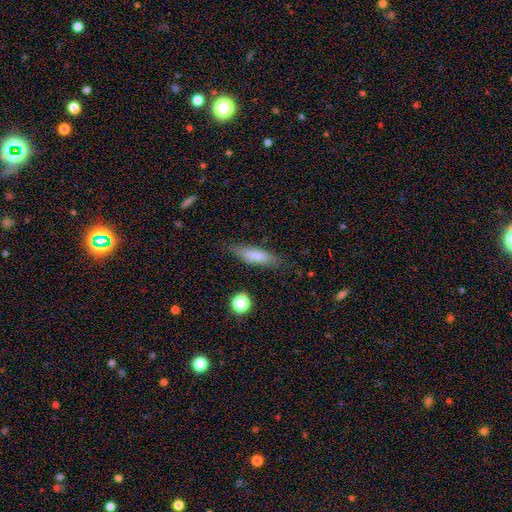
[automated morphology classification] smooth_or_featured: smooth (p=0.74) [alt: featured or disk p=0.19]
how_rounded: cigar-shaped (p=0.61) [alt: in between p=0.37]
merging: none (p=0.78) [alt: minor disturbance p=0.16]